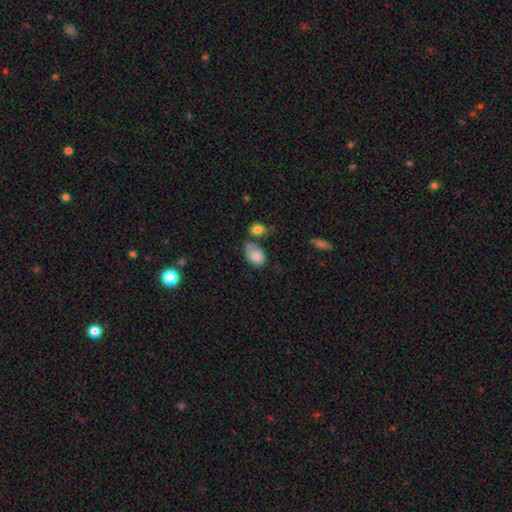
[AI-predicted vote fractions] Overall: smooth (83%). How rounded: in between (87%). Merging: none (38%; minor disturbance 31%).